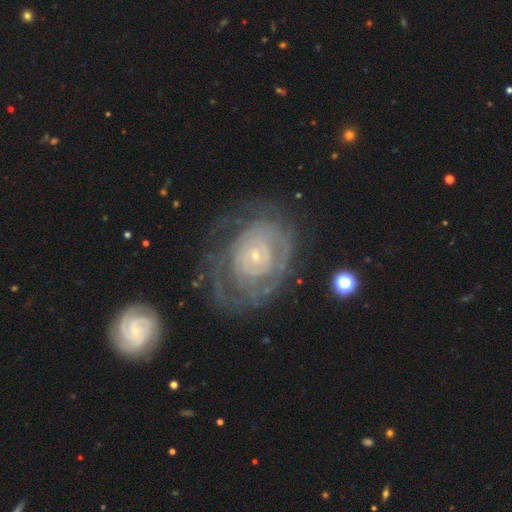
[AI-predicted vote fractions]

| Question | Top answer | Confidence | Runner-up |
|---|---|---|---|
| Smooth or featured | featured or disk | 77% | smooth (16%) |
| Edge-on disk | no | 96% | yes (4%) |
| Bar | no | 82% | weak (14%) |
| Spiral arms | yes | 77% | no (23%) |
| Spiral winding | tight | 77% | medium (17%) |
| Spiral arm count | can't tell | 56% | 2 (15%) |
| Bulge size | small | 83% | moderate (12%) |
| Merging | none | 57% | minor disturbance (20%) |